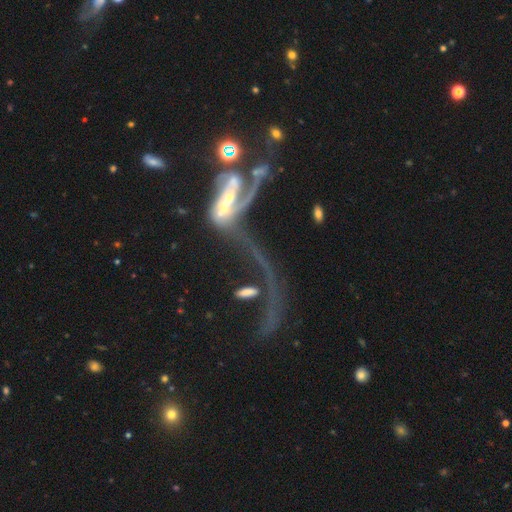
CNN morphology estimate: This appears to be a featured or disk galaxy (63%). Merging: merger (47%).